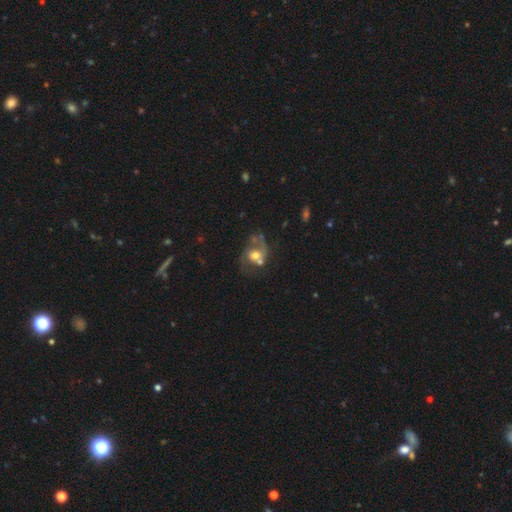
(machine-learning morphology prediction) smooth_or_featured: featured or disk (p=0.62) [alt: smooth p=0.28]
disk_edge_on: no (p=0.97) [alt: yes p=0.03]
bar: no (p=0.69) [alt: weak p=0.25]
has_spiral_arms: yes (p=0.73) [alt: no p=0.27]
bulge_size: moderate (p=0.65) [alt: large p=0.16]
merging: none (p=0.37) [alt: merger p=0.23]